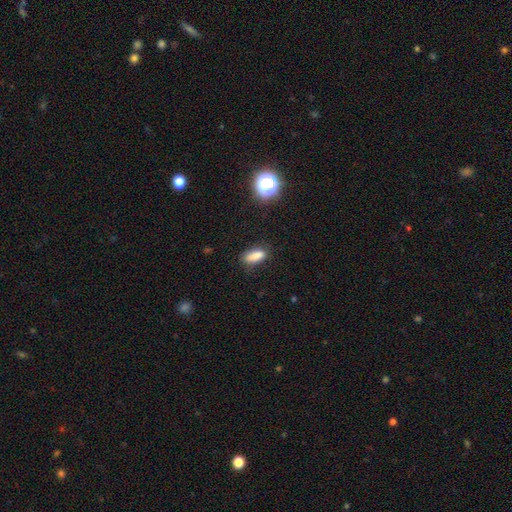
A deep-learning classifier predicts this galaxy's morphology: This appears to be a smooth galaxy with no disk features (84%) that is in between round and cigar-shaped (77%). Merging: none (80%).